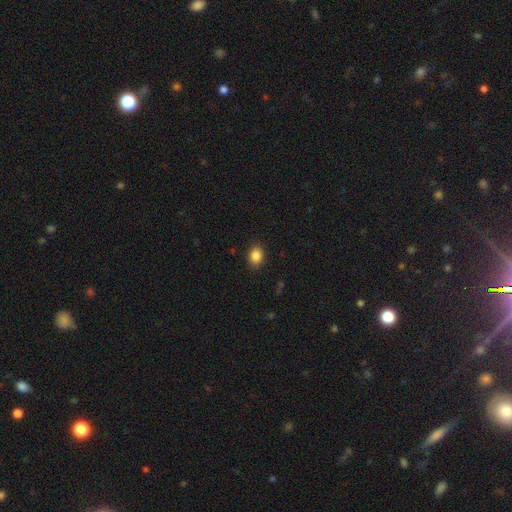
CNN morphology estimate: Smooth or featured: smooth — 86% (star or artifact — 10%)
How rounded: in between — 62% (round — 37%)
Merging: none — 88% (minor disturbance — 9%)